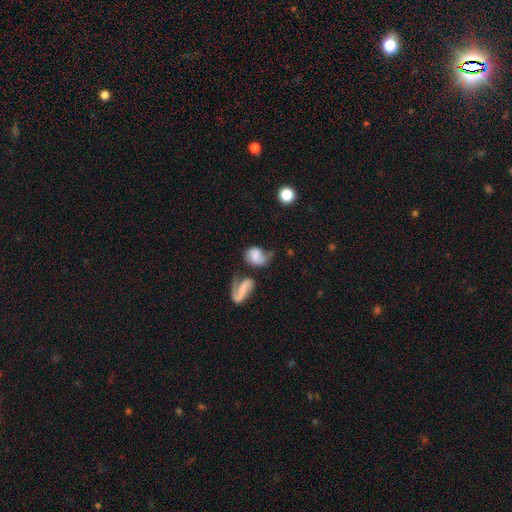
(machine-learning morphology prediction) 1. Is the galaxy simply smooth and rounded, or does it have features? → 56% smooth, 34% featured or disk, 10% star or artifact.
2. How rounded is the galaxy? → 58% in between, 40% round, 2% cigar-shaped.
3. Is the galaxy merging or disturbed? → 33% none, 29% merger, 19% minor disturbance, 19% major disturbance.